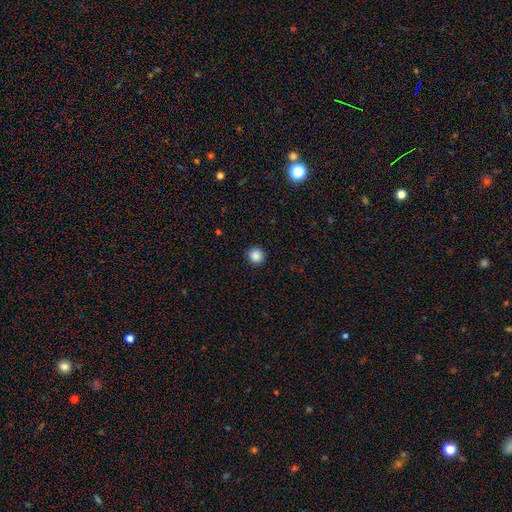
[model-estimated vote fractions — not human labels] The model was most divided on "smooth or featured": smooth: 87%, star or artifact: 10%, featured or disk: 3%. More confident: how rounded — round (94%); merging — none (92%).